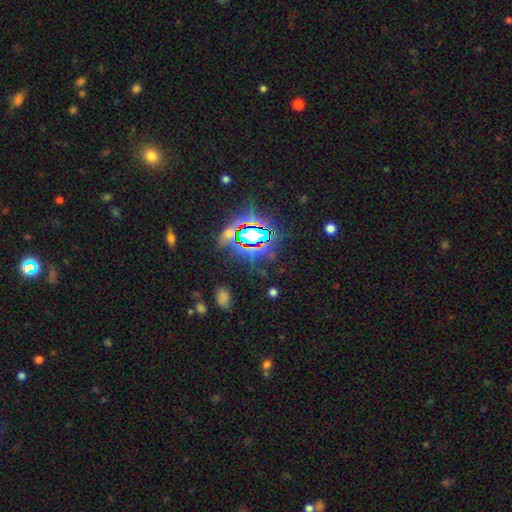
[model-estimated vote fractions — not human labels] smooth_or_featured: star or artifact (p=0.83) [alt: smooth p=0.10]